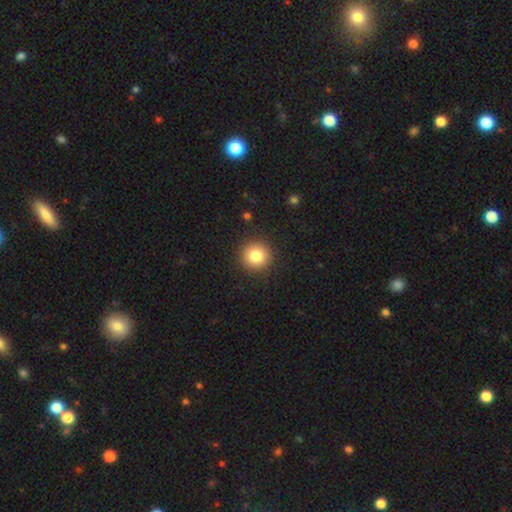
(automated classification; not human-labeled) Q: Smooth or featured?
A: smooth (83%); runner-up: star or artifact (10%)
Q: How rounded?
A: round (95%); runner-up: in between (5%)
Q: Merging?
A: none (91%); runner-up: minor disturbance (6%)